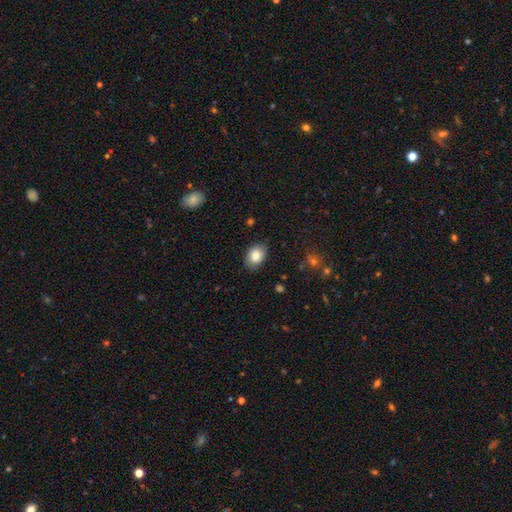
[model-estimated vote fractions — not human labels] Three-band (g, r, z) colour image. It shows a smooth galaxy with no disk features (83%) that is in between round and cigar-shaped (76%). Merging: none (81%).